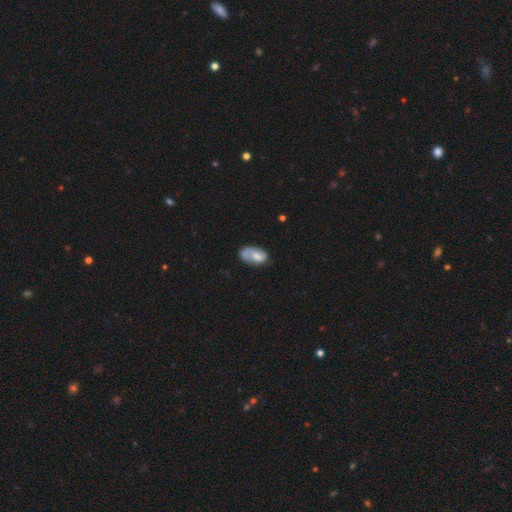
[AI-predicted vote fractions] Morphology: type=smooth (60%); roundness=in between (92%); merging=none (45%).